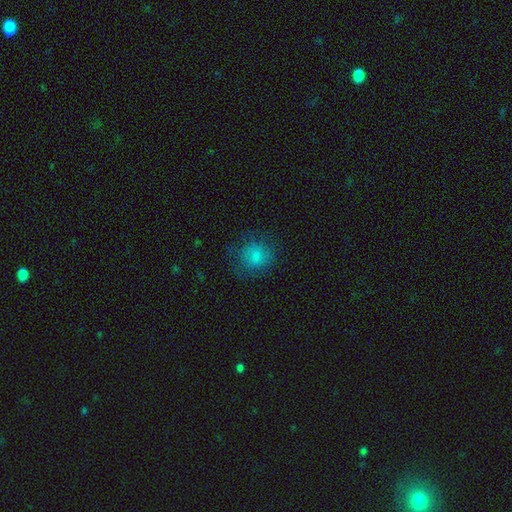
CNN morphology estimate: A smooth galaxy with no disk features (78%) that is round (83%).

Vote fractions:
- Smooth or featured? smooth: 78% / featured or disk: 11% / star or artifact: 11%
- How rounded? round: 83% / in between: 16% / cigar-shaped: 1%
- Merging? none: 71% / minor disturbance: 17% / major disturbance: 10% / merger: 1%